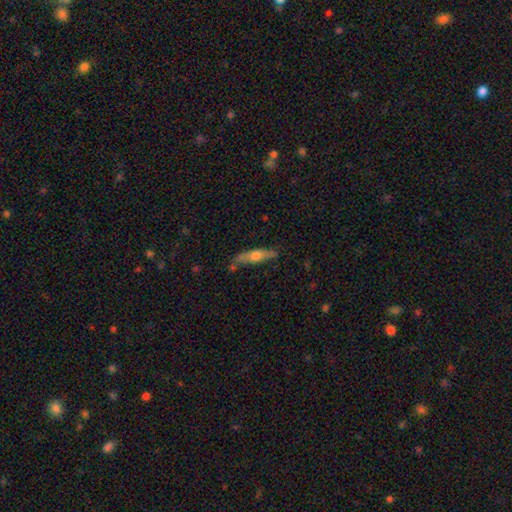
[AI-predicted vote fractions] Q: Smooth or featured?
A: featured or disk (47%); tied with: smooth (47%)
Q: Merging?
A: none (72%); runner-up: minor disturbance (18%)